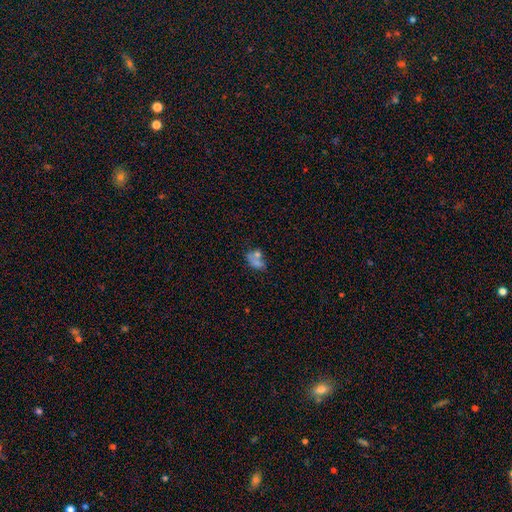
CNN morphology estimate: This is possibly a smooth galaxy (57%). How rounded: likely in between (70%). Merging: marginally merger (42%).